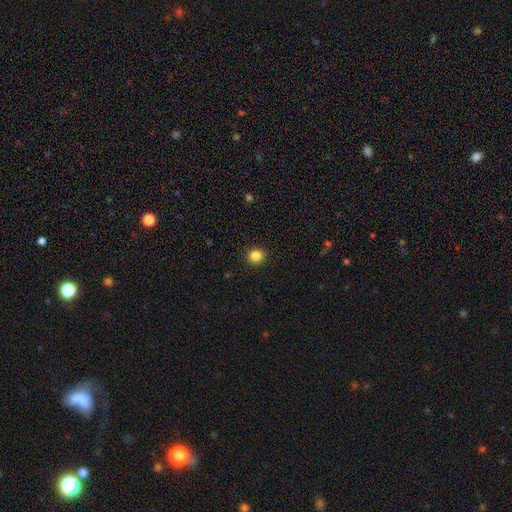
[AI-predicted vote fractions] This appears to be a smooth galaxy with no disk features (84%) that is round (91%). Merging: none (92%).